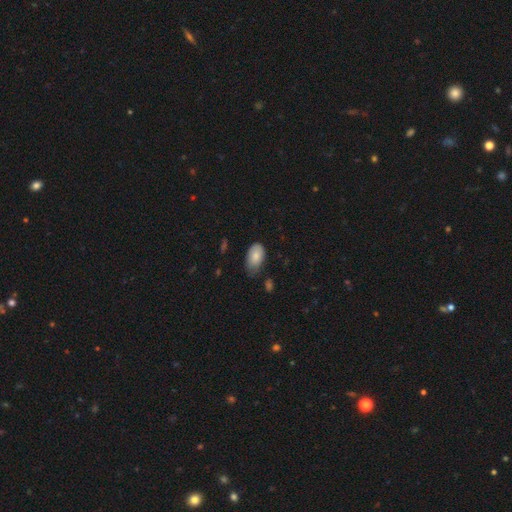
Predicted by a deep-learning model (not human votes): Smooth or featured?
  - smooth: 82% *
  - featured or disk: 12%
  - star or artifact: 7%
How rounded?
  - in between: 92% *
  - round: 6%
  - cigar-shaped: 2%
Merging?
  - none: 46% *
  - minor disturbance: 42%
  - major disturbance: 10%
  - merger: 2%